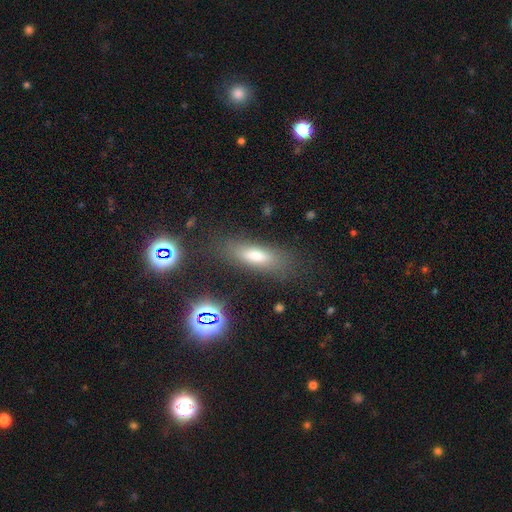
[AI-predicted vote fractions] smooth 62%, featured or disk 20%, star or artifact 17%. Down the decision tree: how rounded — in between (49%); merging — none (78%).